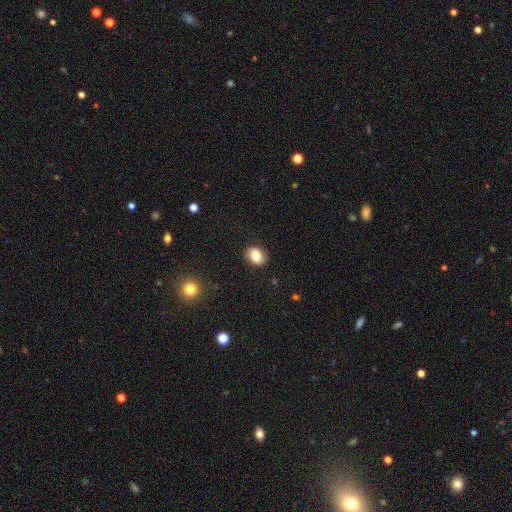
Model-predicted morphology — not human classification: Smooth or featured?
  - smooth: 73% *
  - featured or disk: 17%
  - star or artifact: 9%
How rounded?
  - in between: 52% *
  - round: 47%
  - cigar-shaped: 1%
Merging?
  - none: 84% *
  - minor disturbance: 12%
  - major disturbance: 3%
  - merger: 1%